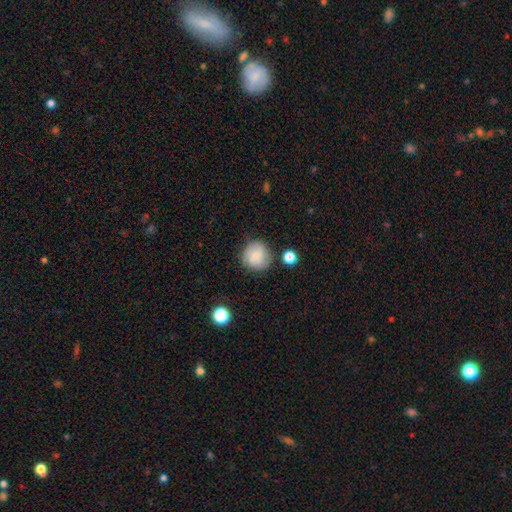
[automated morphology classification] type=smooth (79%); roundness=round (91%); merging=none (76%).